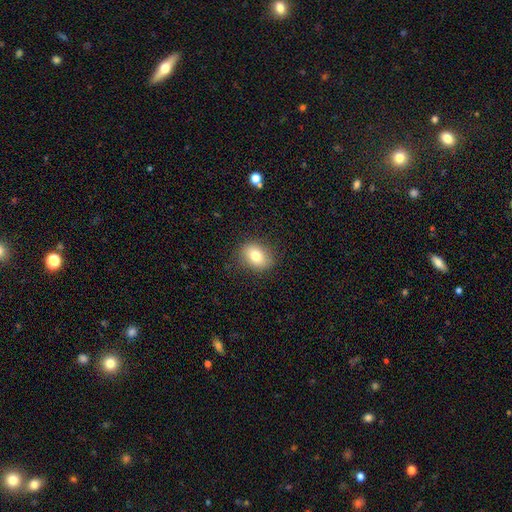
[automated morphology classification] This appears to be a smooth galaxy with no disk features (77%) that is in between round and cigar-shaped (59%). Merging: none (85%).